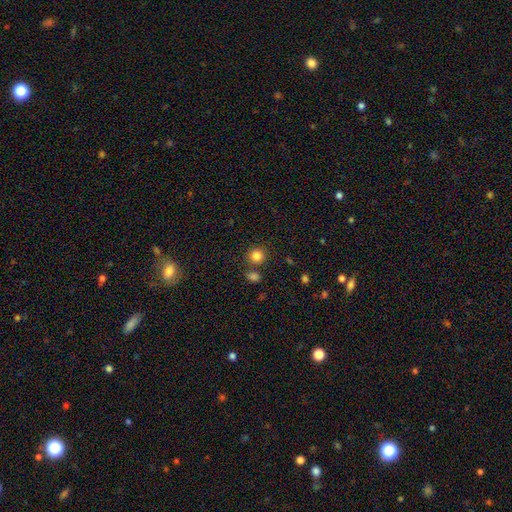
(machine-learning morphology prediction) Smooth or featured: smooth — 84% (star or artifact — 11%)
How rounded: round — 89% (in between — 10%)
Merging: none — 78% (merger — 11%)